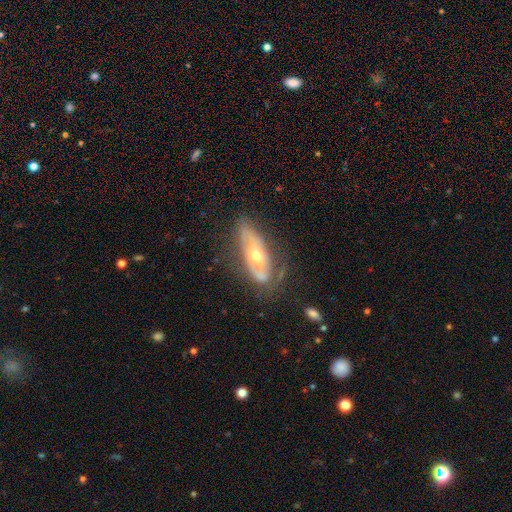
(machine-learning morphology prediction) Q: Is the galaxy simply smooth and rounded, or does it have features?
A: featured or disk — 67%.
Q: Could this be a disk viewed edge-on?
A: no — 78%.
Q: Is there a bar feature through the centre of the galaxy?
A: no — 75%.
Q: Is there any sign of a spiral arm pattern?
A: yes — 52%.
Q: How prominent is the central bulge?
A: moderate — 66%.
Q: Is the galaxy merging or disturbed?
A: none — 57%.